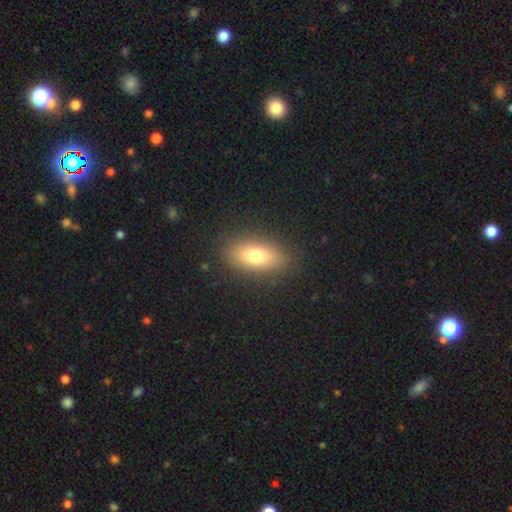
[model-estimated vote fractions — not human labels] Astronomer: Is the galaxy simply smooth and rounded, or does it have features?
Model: smooth — 75%.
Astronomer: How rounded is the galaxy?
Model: in between — 82%.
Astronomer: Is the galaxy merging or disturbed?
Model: none — 87%.